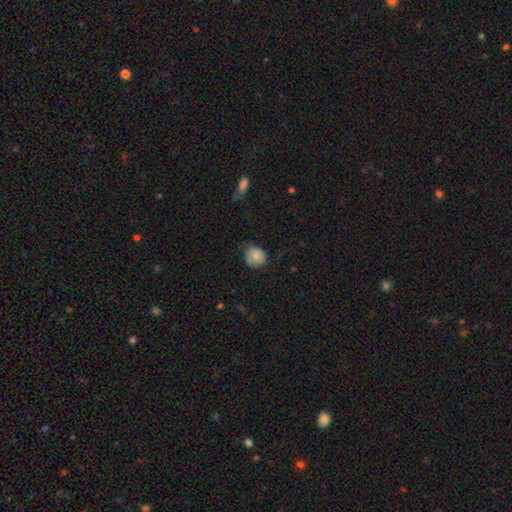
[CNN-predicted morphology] type=smooth (78%); roundness=round (77%); merging=none (66%).